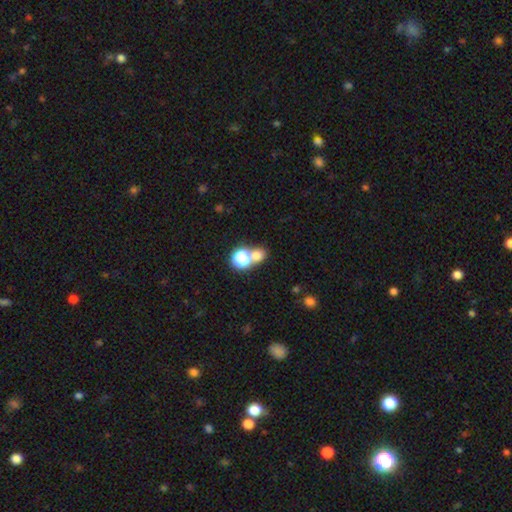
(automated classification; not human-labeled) Smooth or featured: smooth — 69% (star or artifact — 23%)
How rounded: round — 75% (in between — 24%)
Merging: none — 52% (merger — 37%)